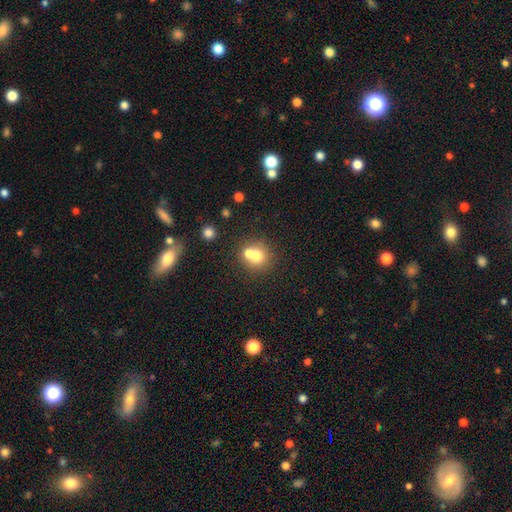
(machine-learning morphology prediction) smooth 69%, featured or disk 18%, star or artifact 13%. Down the decision tree: how rounded — round (84%); merging — merger (48%).